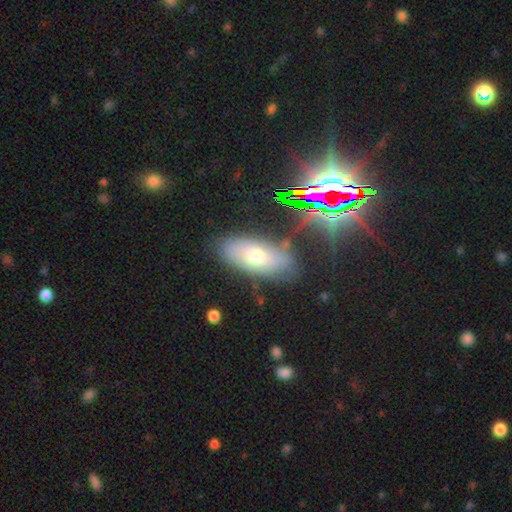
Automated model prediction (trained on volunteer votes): A smooth galaxy with no disk features (60%) that is in between round and cigar-shaped (87%). Merging: none (75%).